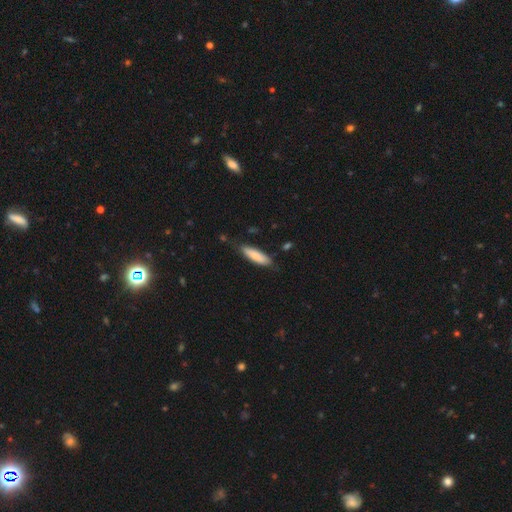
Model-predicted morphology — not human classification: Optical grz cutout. It shows a smooth galaxy with no disk features (80%) that is cigar-shaped (61%). Merging: none (76%).